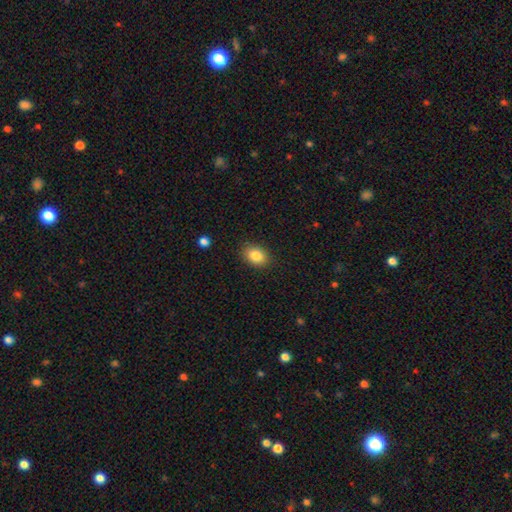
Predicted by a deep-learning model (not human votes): A smooth galaxy with no disk features (85%) that is in between round and cigar-shaped (71%).

Vote fractions:
- Smooth or featured? smooth: 85% / star or artifact: 9% / featured or disk: 6%
- How rounded? in between: 71% / round: 28% / cigar-shaped: 1%
- Merging? none: 87% / minor disturbance: 9% / major disturbance: 2% / merger: 1%